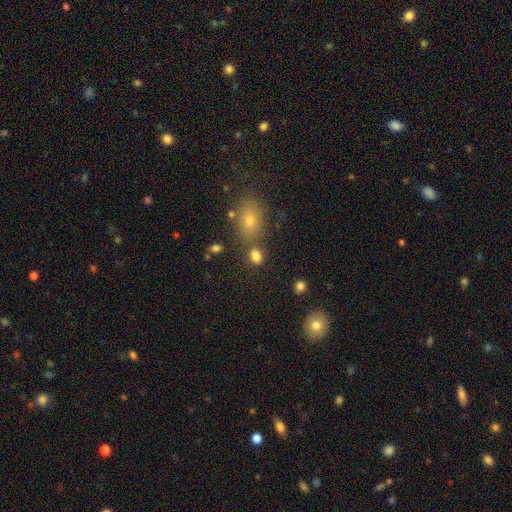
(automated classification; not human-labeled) Smooth or featured?
  - smooth: 81% *
  - star or artifact: 13%
  - featured or disk: 6%
How rounded?
  - in between: 67% *
  - round: 31%
  - cigar-shaped: 2%
Merging?
  - none: 68% *
  - merger: 15%
  - minor disturbance: 12%
  - major disturbance: 5%